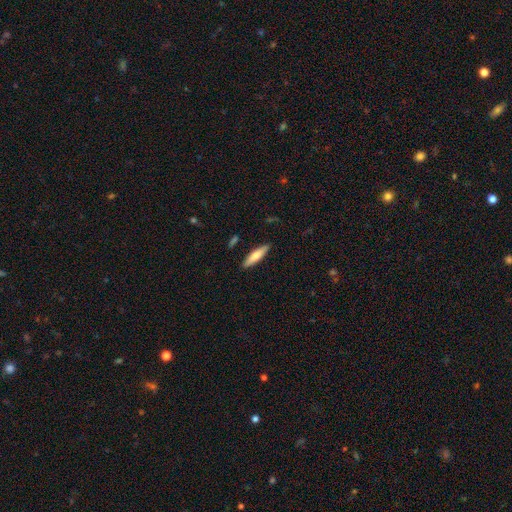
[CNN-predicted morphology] smooth_or_featured: smooth (p=0.69) [alt: featured or disk p=0.25]
how_rounded: cigar-shaped (p=0.73) [alt: in between p=0.25]
merging: none (p=0.89) [alt: minor disturbance p=0.08]